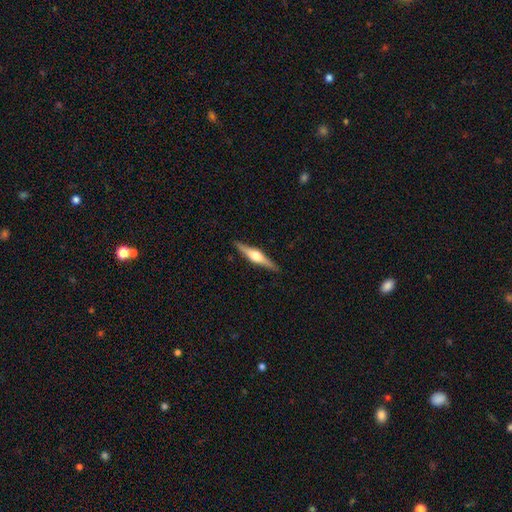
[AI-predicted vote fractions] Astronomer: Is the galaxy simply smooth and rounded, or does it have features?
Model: featured or disk — 75%.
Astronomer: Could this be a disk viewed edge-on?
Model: yes — 98%.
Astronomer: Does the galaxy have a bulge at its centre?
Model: rounded — 93%.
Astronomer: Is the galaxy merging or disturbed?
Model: none — 91%.